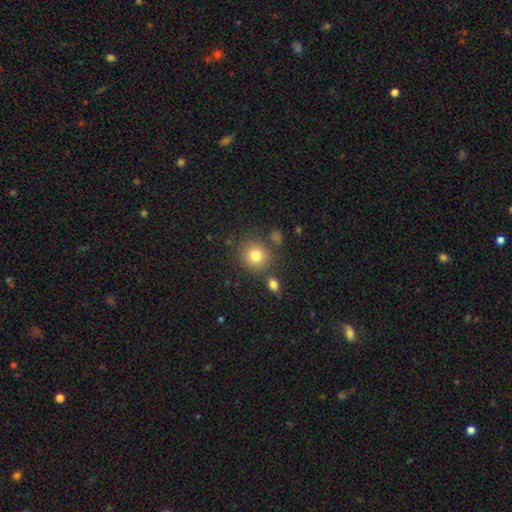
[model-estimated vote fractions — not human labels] smooth-or-featured: smooth: 80% | star or artifact: 11% | featured or disk: 9%
  how-rounded: round: 87% | in between: 12% | cigar-shaped: 1%
  merging: none: 77% | minor disturbance: 10% | merger: 9% | major disturbance: 4%